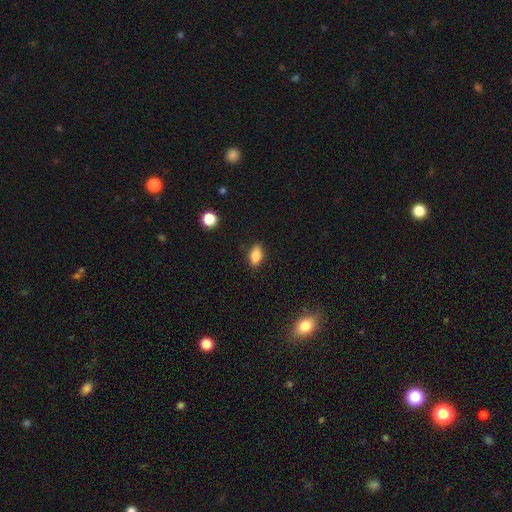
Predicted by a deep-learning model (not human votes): Smooth or featured? smooth (82%)
How rounded? in between (85%)
Merging? none (85%)